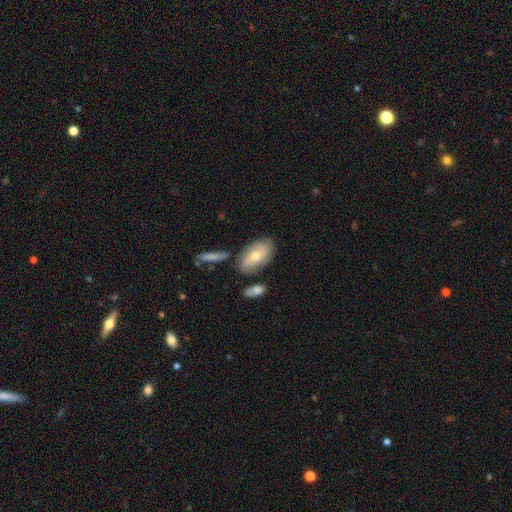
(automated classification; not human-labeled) smooth 59%, featured or disk 34%, star or artifact 6%. Down the decision tree: how rounded — in between (91%); merging — none (72%).